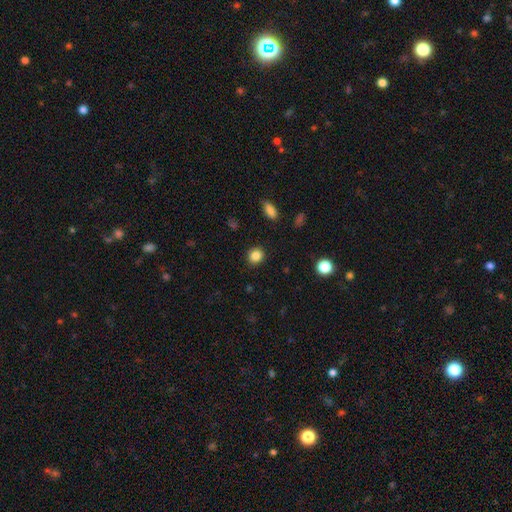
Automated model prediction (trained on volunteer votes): Smooth or featured: smooth — 86% (star or artifact — 11%)
How rounded: round — 79% (in between — 20%)
Merging: none — 90% (minor disturbance — 7%)